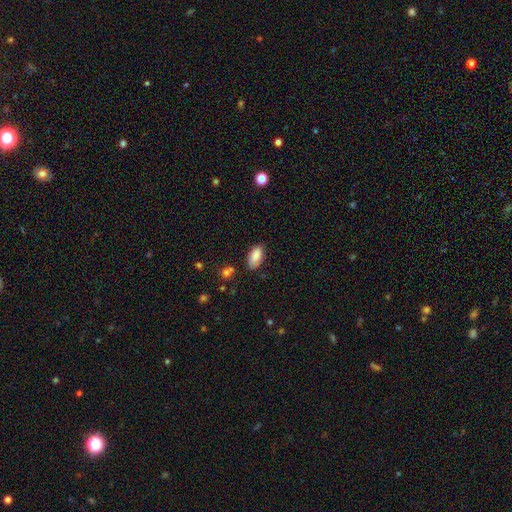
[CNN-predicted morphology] The model was most divided on "merging": none: 75%, minor disturbance: 19%, major disturbance: 4%, merger: 3%. More confident: how rounded — in between (93%); smooth or featured — smooth (87%).